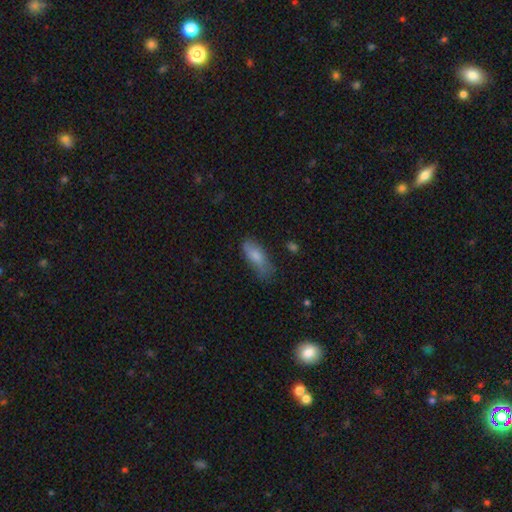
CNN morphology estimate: Smooth or featured? Predicted: smooth (p=0.79). How rounded? Predicted: in between (p=0.74). Merging? Predicted: none (p=0.52).